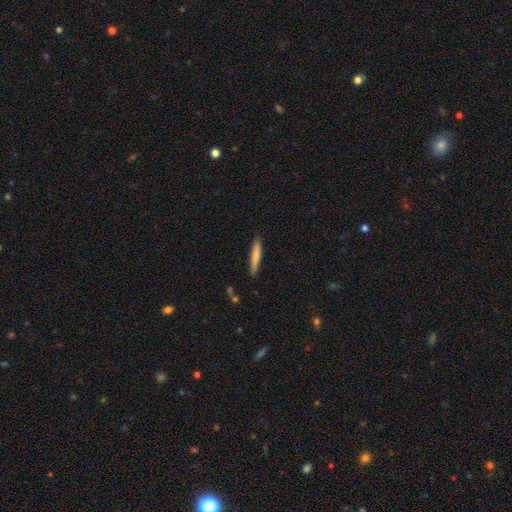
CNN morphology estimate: A smooth galaxy with no disk features (76%) that is cigar-shaped (94%). Merging: none (89%).